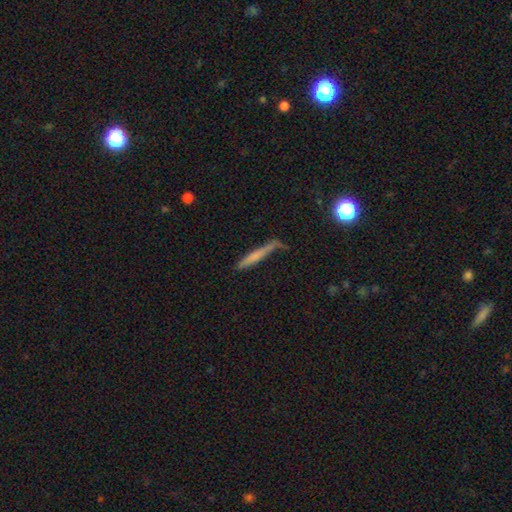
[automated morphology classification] Q: Smooth or featured?
A: smooth (58%); runner-up: featured or disk (35%)
Q: How rounded?
A: cigar-shaped (94%); runner-up: in between (4%)
Q: Merging?
A: none (63%); runner-up: minor disturbance (24%)